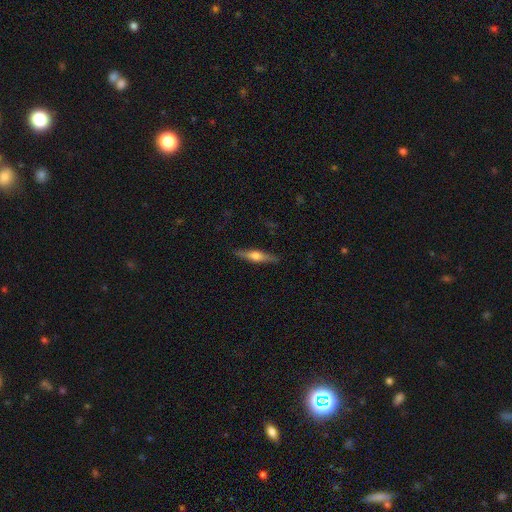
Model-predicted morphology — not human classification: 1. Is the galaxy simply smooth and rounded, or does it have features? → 60% featured or disk, 34% smooth, 6% star or artifact.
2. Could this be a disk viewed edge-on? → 96% yes, 4% no.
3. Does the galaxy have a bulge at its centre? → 91% rounded, 6% boxy, 3% none.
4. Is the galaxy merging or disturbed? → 89% none, 8% minor disturbance, 2% major disturbance, 1% merger.